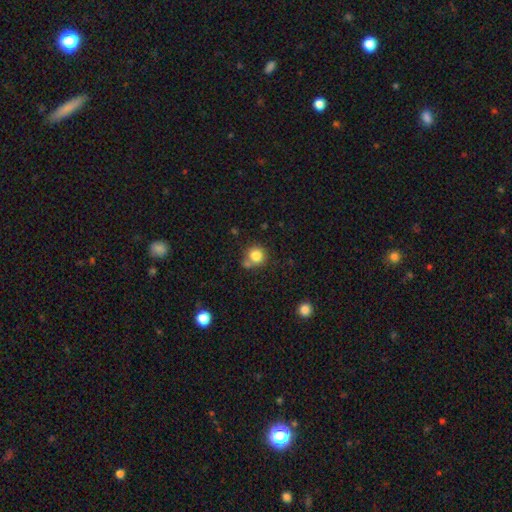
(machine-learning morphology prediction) type=smooth (82%); roundness=round (90%); merging=none (63%).